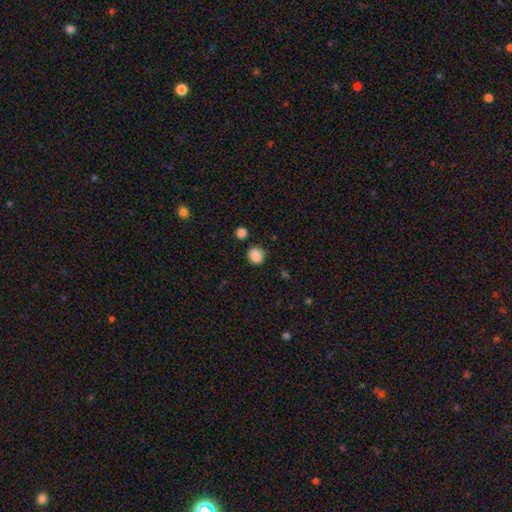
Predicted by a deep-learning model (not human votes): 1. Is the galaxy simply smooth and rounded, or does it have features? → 87% smooth, 9% star or artifact, 3% featured or disk.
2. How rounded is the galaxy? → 76% round, 23% in between, 1% cigar-shaped.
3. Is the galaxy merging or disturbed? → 84% none, 10% minor disturbance, 4% merger, 3% major disturbance.